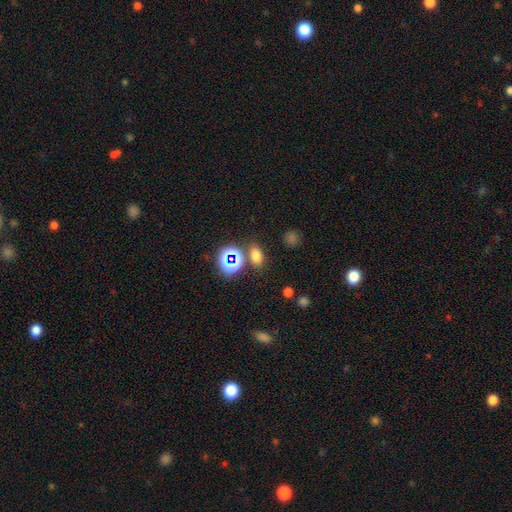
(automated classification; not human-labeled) A smooth galaxy with no disk features (69%) that is in between round and cigar-shaped (77%).

Vote fractions:
- Smooth or featured? smooth: 69% / star or artifact: 24% / featured or disk: 7%
- How rounded? in between: 77% / round: 19% / cigar-shaped: 4%
- Merging? none: 78% / merger: 10% / minor disturbance: 9% / major disturbance: 4%